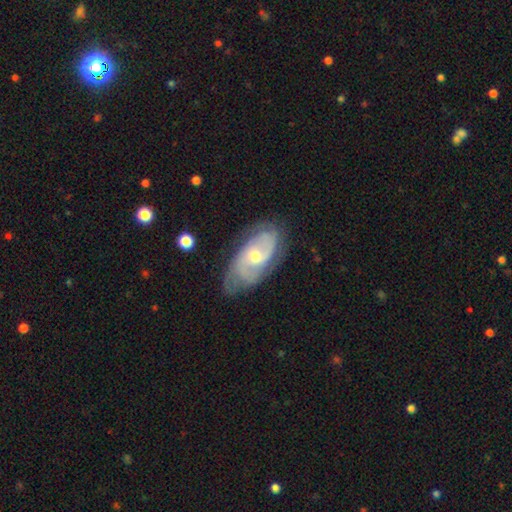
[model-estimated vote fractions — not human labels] Overall: featured or disk (80%). Edge-on disk: no (94%). Bar: no (60%; weak 34%). Spiral arms: yes (92%). Spiral arm count: 2 (48%; can't tell 28%). Spiral winding: tight (47%; medium 39%). Bulge size: moderate (59%; small 37%). Merging: none (68%).